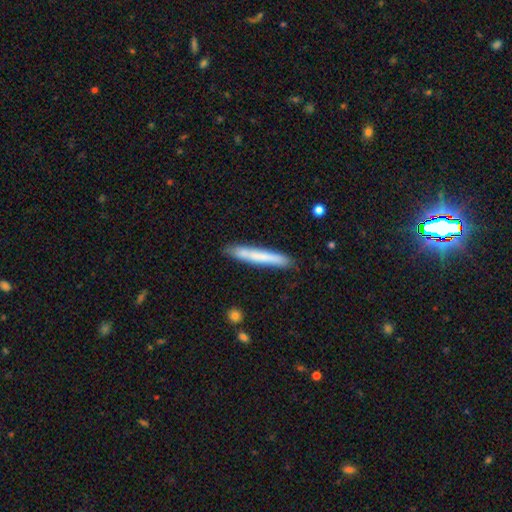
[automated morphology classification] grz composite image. It shows a smooth galaxy with no disk features (71%) that is cigar-shaped (96%). Merging: none (87%).